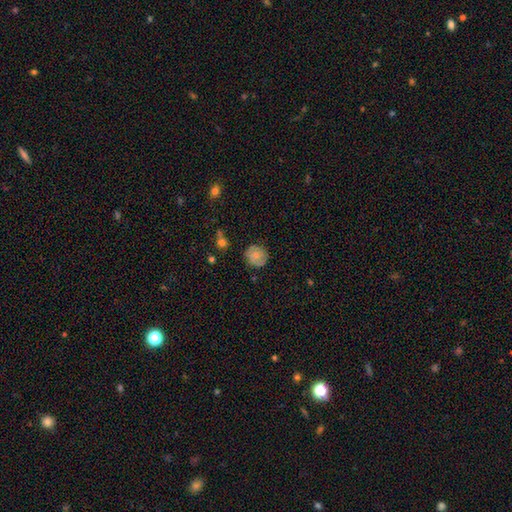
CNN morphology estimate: smooth_or_featured: smooth (p=0.68) [alt: featured or disk p=0.24]
how_rounded: round (p=0.85) [alt: in between p=0.14]
merging: none (p=0.79) [alt: minor disturbance p=0.16]